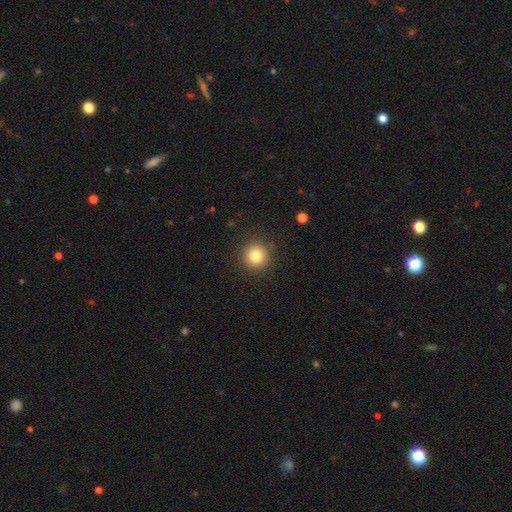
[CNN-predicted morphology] This is clearly a smooth galaxy (81%). How rounded: clearly round (94%). Merging: clearly none (90%).